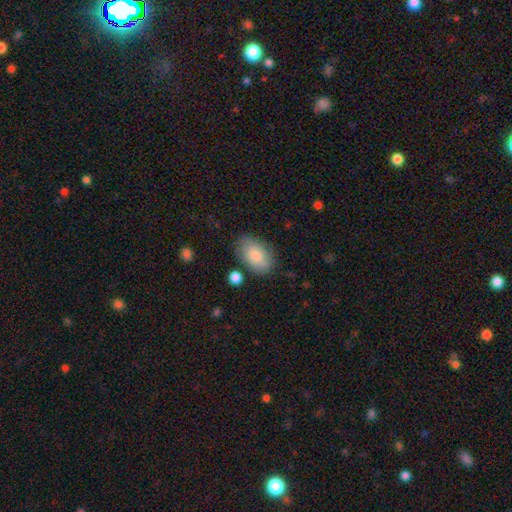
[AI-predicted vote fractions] Smooth or featured?
  - smooth: 79% *
  - featured or disk: 14%
  - star or artifact: 7%
How rounded?
  - in between: 91% *
  - round: 8%
  - cigar-shaped: 1%
Merging?
  - none: 74% *
  - minor disturbance: 18%
  - major disturbance: 5%
  - merger: 3%